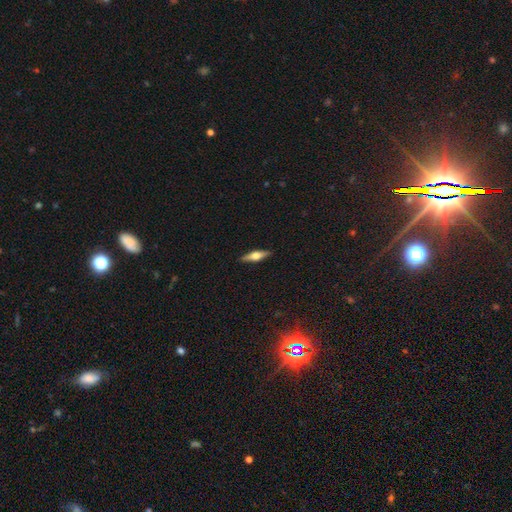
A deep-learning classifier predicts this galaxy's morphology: This is possibly a featured or disk galaxy (58%). It is clearly viewed edge-on (95%). Edge-on bulge: clearly rounded (94%). Merging: clearly none (91%).